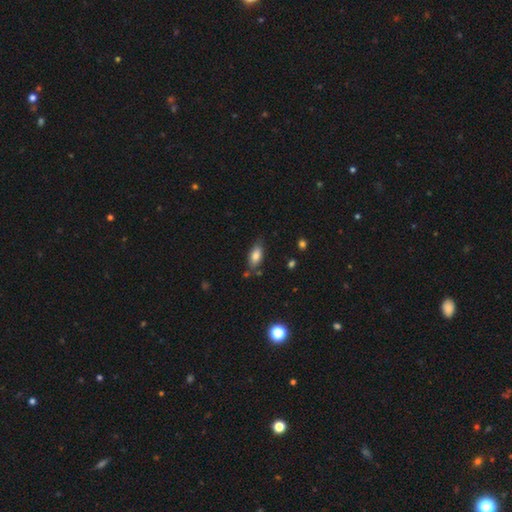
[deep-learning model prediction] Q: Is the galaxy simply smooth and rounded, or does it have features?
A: smooth — 79%.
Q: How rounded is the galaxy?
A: in between — 86%.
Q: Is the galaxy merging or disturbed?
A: none — 71%.